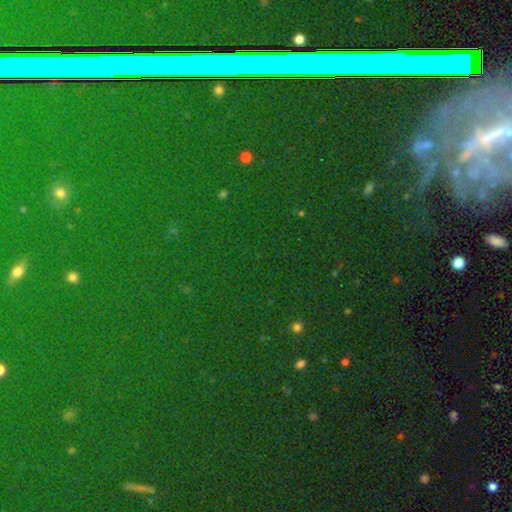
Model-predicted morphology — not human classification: Smooth or featured? Predicted: star or artifact (p=0.79).